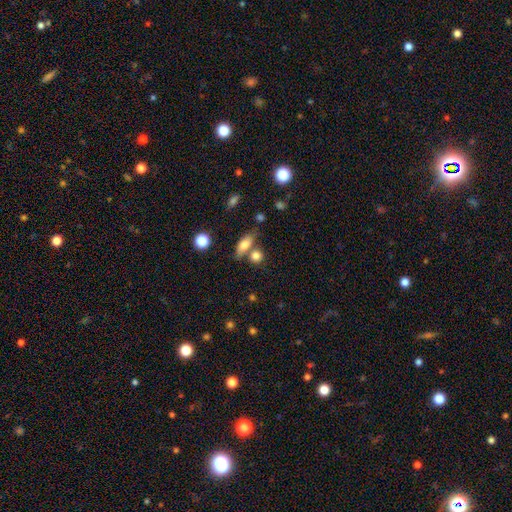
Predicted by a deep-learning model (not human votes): A smooth galaxy with no disk features (78%) that is round (48%).

Vote fractions:
- Smooth or featured? smooth: 78% / featured or disk: 12% / star or artifact: 9%
- How rounded? round: 48% / in between: 41% / cigar-shaped: 10%
- Merging? none: 56% / merger: 28% / minor disturbance: 11% / major disturbance: 4%